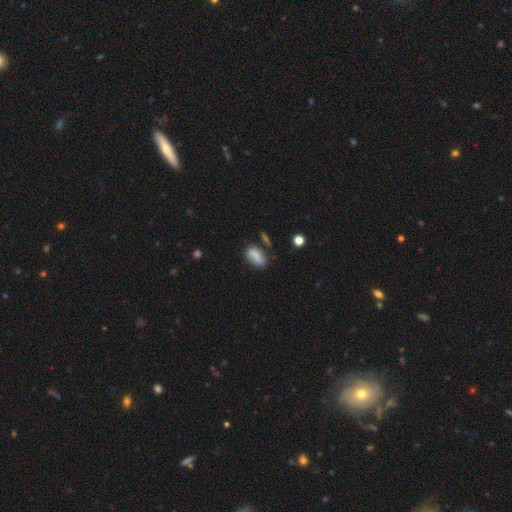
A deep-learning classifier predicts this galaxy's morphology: Overall: smooth (76%). How rounded: in between (84%). Merging: none (64%).